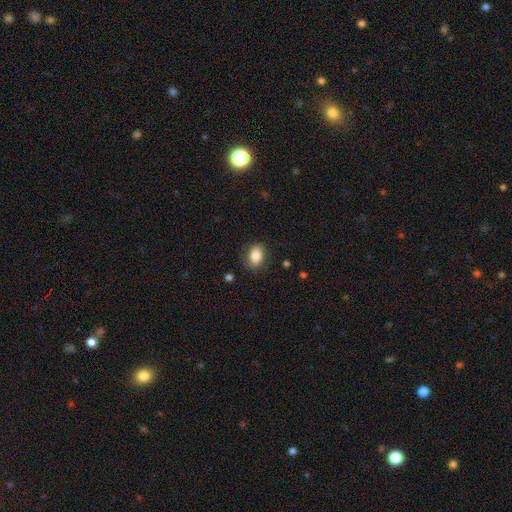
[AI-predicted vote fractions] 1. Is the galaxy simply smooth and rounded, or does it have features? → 82% smooth, 10% featured or disk, 8% star or artifact.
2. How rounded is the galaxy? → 78% in between, 20% round, 2% cigar-shaped.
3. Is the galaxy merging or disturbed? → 80% none, 15% minor disturbance, 5% major disturbance, 1% merger.